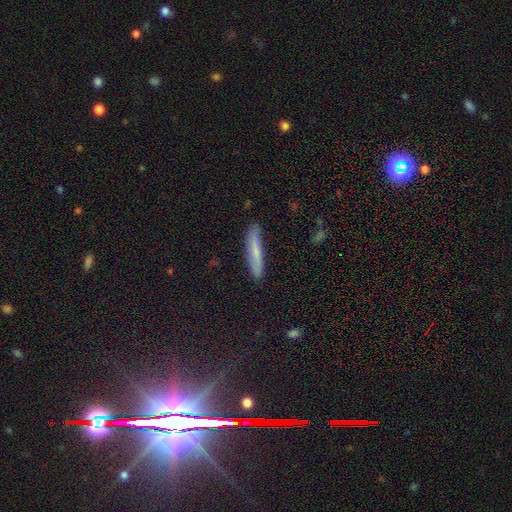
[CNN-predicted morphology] smooth_or_featured: smooth (p=0.73) [alt: featured or disk p=0.20]
how_rounded: cigar-shaped (p=0.90) [alt: in between p=0.09]
merging: none (p=0.76) [alt: minor disturbance p=0.18]